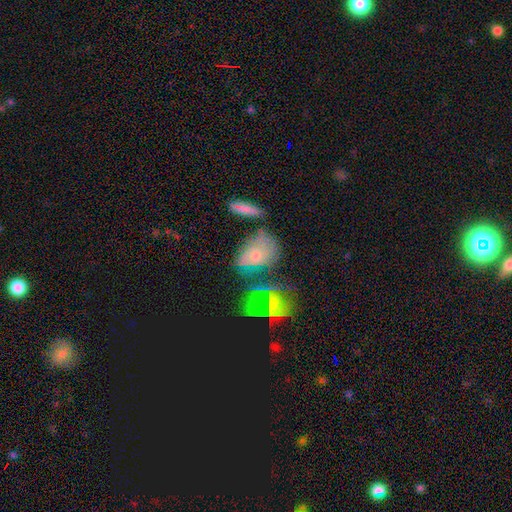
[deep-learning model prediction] This appears to be a smooth galaxy with no disk features (49%). Merging: none (40%).